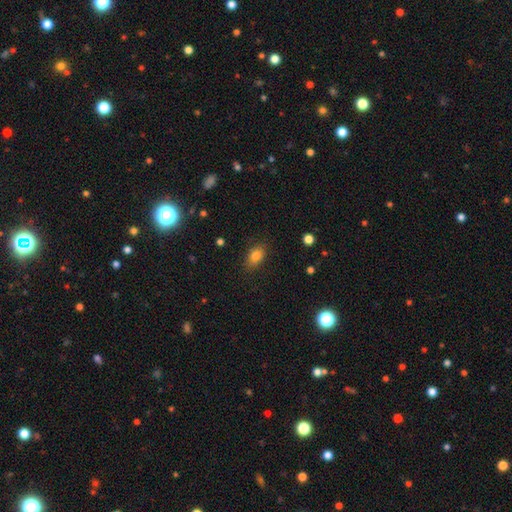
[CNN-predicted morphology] smooth-or-featured: smooth: 82% | star or artifact: 10% | featured or disk: 8%
  how-rounded: in between: 82% | round: 14% | cigar-shaped: 3%
  merging: none: 82% | minor disturbance: 13% | major disturbance: 3% | merger: 1%